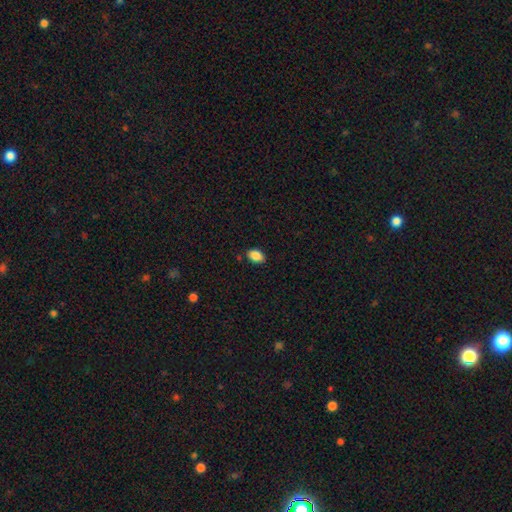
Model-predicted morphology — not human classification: Smooth or featured: smooth — 88% (star or artifact — 8%)
How rounded: in between — 87% (round — 12%)
Merging: none — 87% (minor disturbance — 10%)